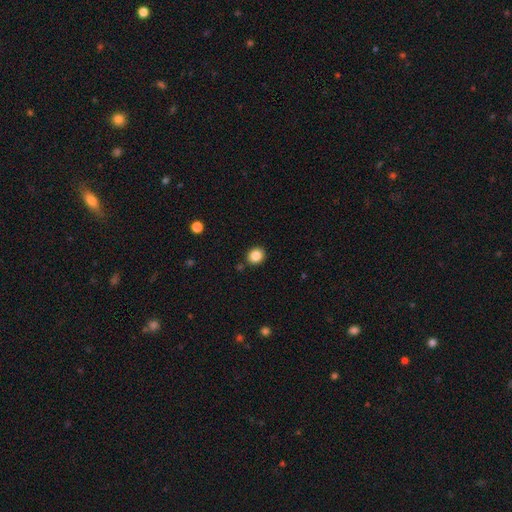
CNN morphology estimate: The model was most divided on "how rounded": round: 79%, in between: 20%, cigar-shaped: 1%. More confident: merging — none (89%); smooth or featured — smooth (85%).